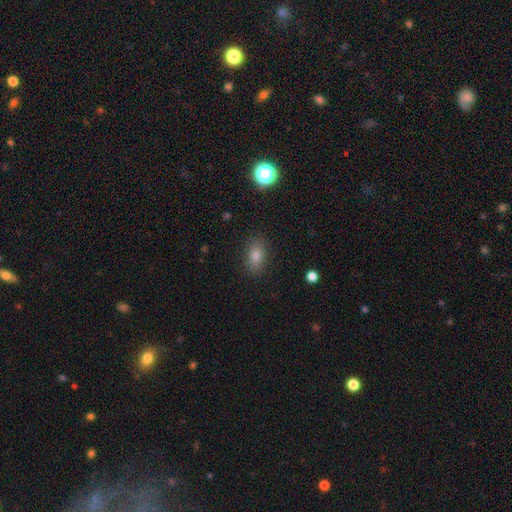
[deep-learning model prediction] The model was most divided on "smooth or featured": smooth: 77%, star or artifact: 13%, featured or disk: 9%. More confident: merging — none (87%); how rounded — in between (82%).